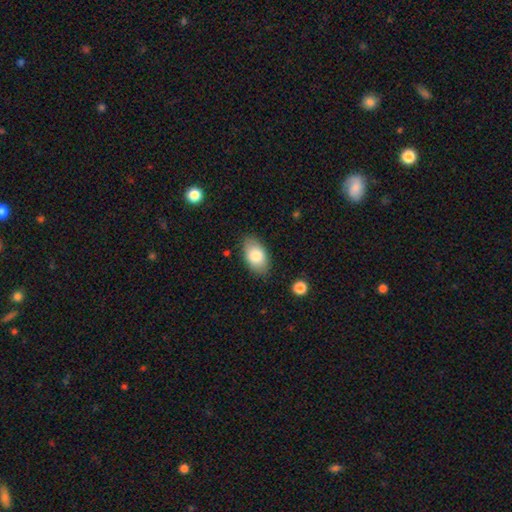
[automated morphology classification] This appears to be a smooth galaxy with no disk features (80%) that is in between round and cigar-shaped (93%). Merging: none (84%).